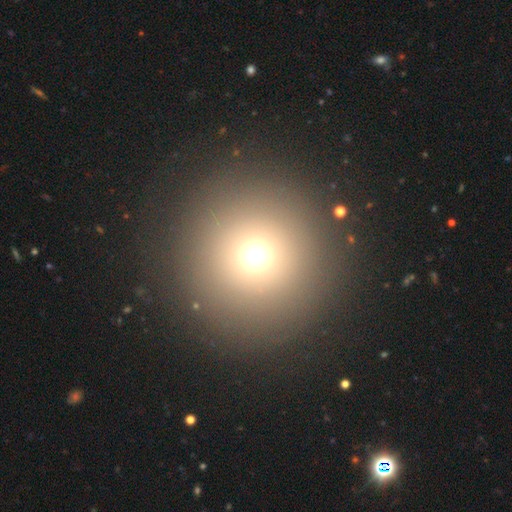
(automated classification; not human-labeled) A smooth galaxy with no disk features (69%) that is round (96%).

Vote fractions:
- Smooth or featured? smooth: 69% / star or artifact: 21% / featured or disk: 9%
- How rounded? round: 96% / in between: 3% / cigar-shaped: 1%
- Merging? none: 90% / minor disturbance: 5% / major disturbance: 3% / merger: 2%